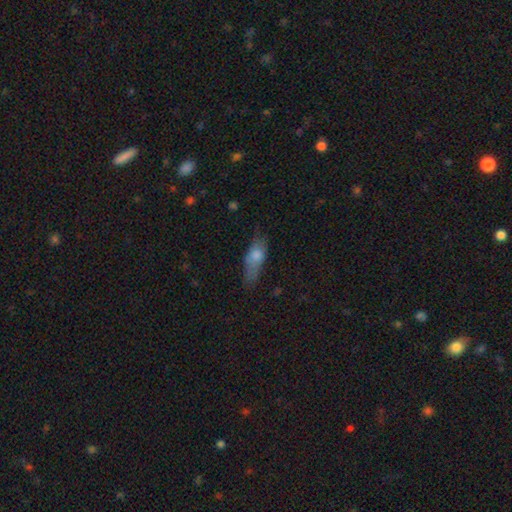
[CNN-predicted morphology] The model was most divided on "how rounded": in between: 59%, cigar-shaped: 38%, round: 4%. More confident: smooth or featured — smooth (68%); merging — none (55%).